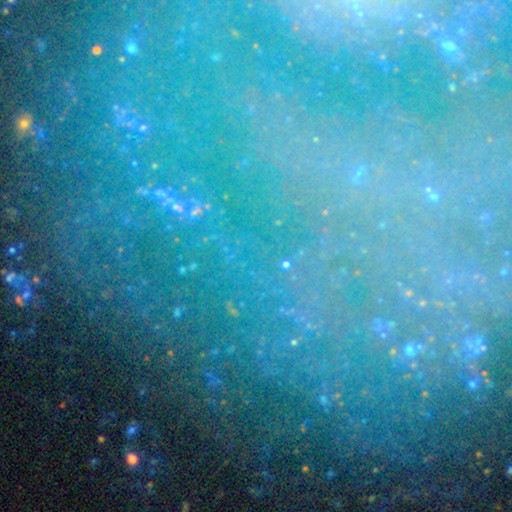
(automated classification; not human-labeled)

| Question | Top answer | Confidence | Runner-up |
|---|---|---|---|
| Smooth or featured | star or artifact | 80% | featured or disk (11%) |